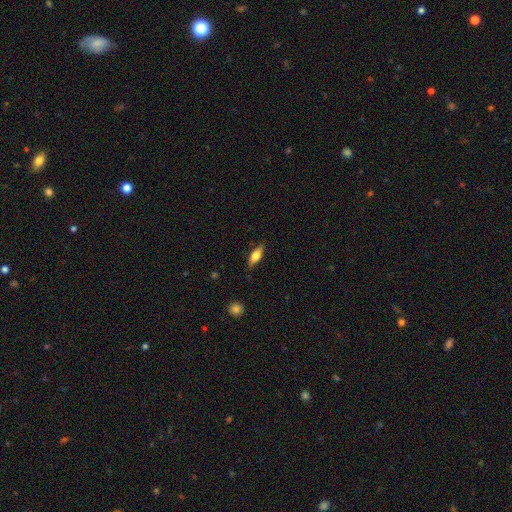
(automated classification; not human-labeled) Smooth or featured: smooth — 67% (featured or disk — 27%)
How rounded: in between — 65% (cigar-shaped — 32%)
Merging: none — 84% (minor disturbance — 13%)